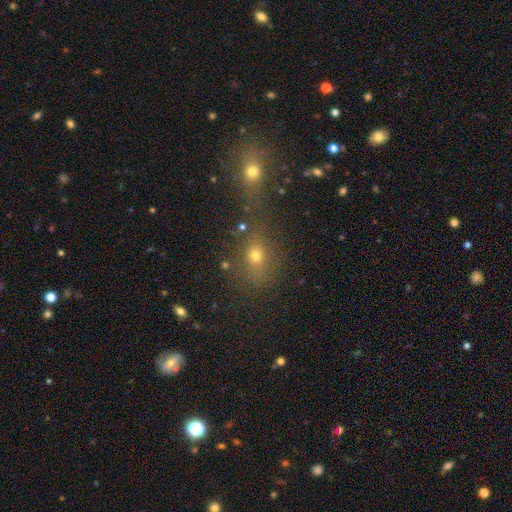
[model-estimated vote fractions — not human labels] A smooth galaxy with no disk features (63%) that is round (50%).

Vote fractions:
- Smooth or featured? smooth: 63% / star or artifact: 24% / featured or disk: 13%
- How rounded? round: 50% / in between: 46% / cigar-shaped: 5%
- Merging? none: 47% / merger: 36% / minor disturbance: 10% / major disturbance: 7%